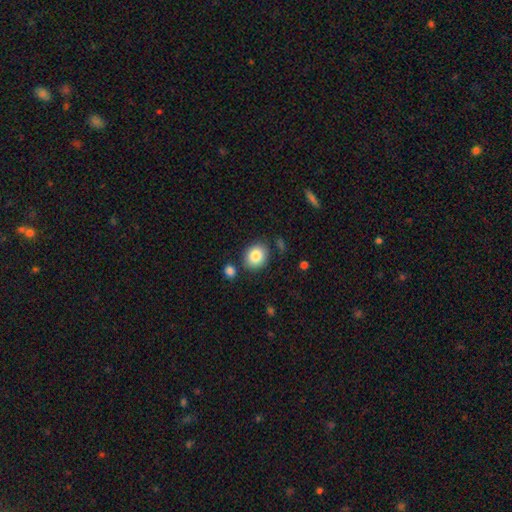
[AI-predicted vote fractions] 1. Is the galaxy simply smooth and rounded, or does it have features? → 85% smooth, 8% star or artifact, 7% featured or disk.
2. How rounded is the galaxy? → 62% round, 38% in between, 1% cigar-shaped.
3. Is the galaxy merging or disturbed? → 79% none, 11% minor disturbance, 6% merger, 3% major disturbance.